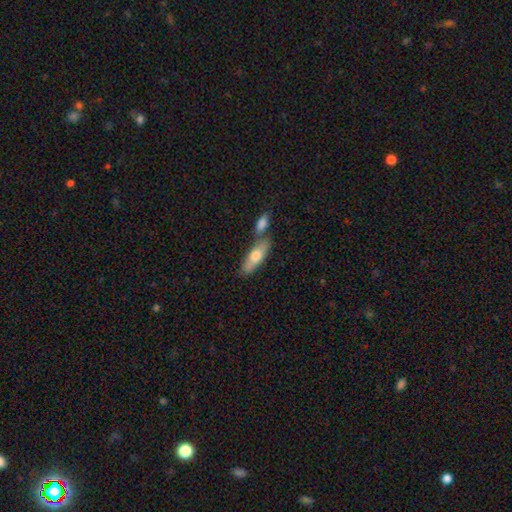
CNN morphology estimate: A smooth galaxy with no disk features (65%) that is in between round and cigar-shaped (60%). Merging: none (50%).